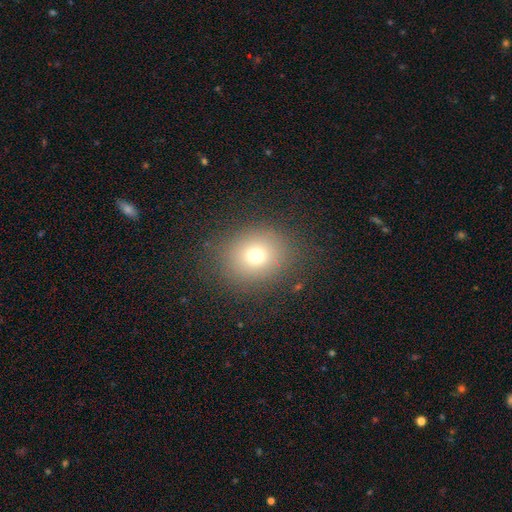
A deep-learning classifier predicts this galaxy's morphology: This appears to be a smooth galaxy with no disk features (72%) that is round (76%). Merging: none (86%).